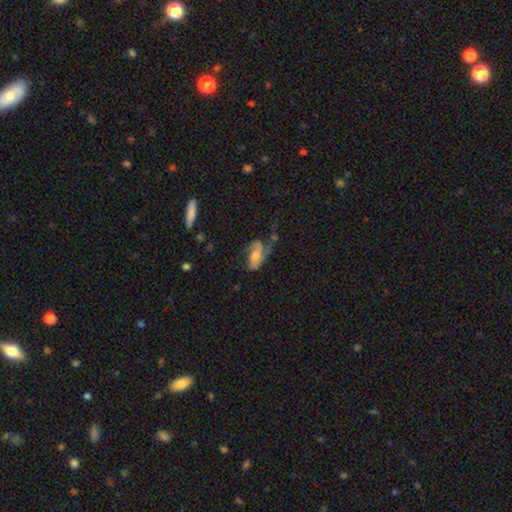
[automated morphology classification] This appears to be a featured or disk galaxy (63%) with no bar (57%), spiral arms (82%) and a moderate central bulge (52%). Merging: major disturbance (45%).